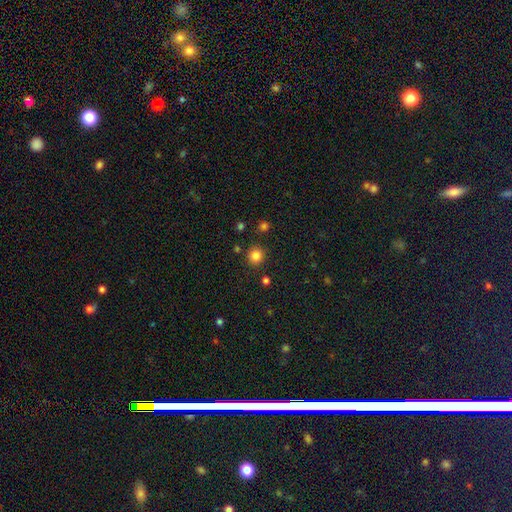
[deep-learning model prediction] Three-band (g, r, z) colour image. It shows a smooth galaxy with no disk features (83%) that is round (92%). Merging: none (87%).